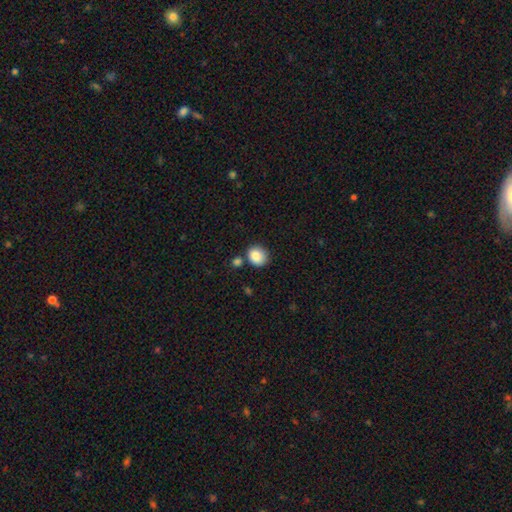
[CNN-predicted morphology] This appears to be a smooth galaxy with no disk features (86%) that is round (76%). Merging: none (73%).